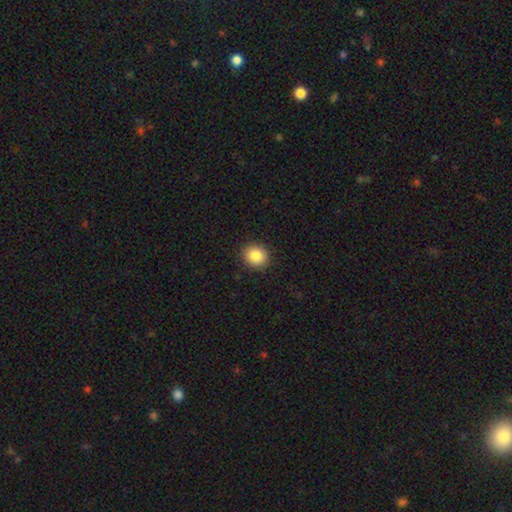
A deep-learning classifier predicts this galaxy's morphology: This appears to be a smooth galaxy with no disk features (86%) that is round (80%). Merging: none (91%).